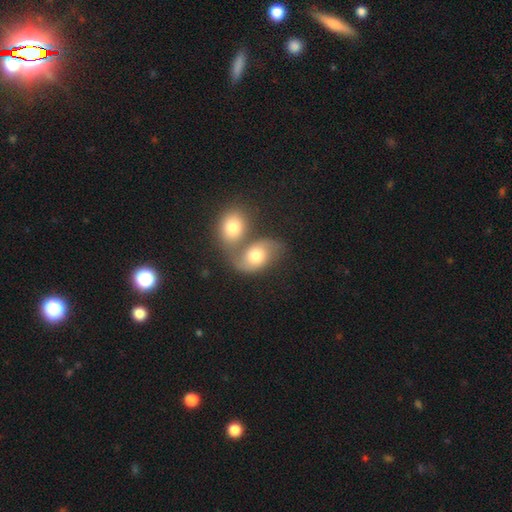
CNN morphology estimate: Smooth or featured?
  - smooth: 46% * (tied)
  - featured or disk: 46% * (tied)
  - star or artifact: 8%
Merging?
  - merger: 58% *
  - none: 26%
  - minor disturbance: 9%
  - major disturbance: 6%